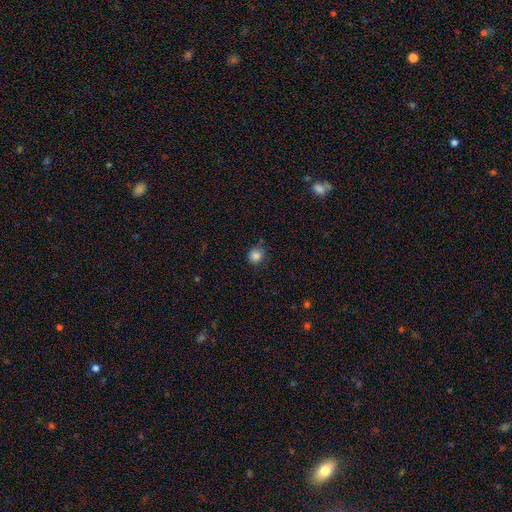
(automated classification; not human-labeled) This is clearly a smooth galaxy (85%). How rounded: clearly round (88%). Merging: clearly none (80%).